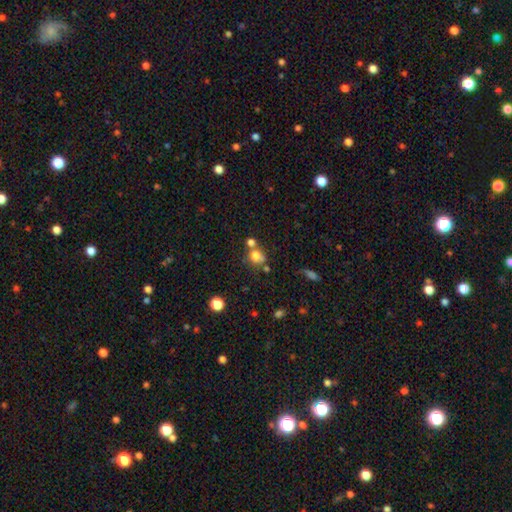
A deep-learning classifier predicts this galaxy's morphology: A smooth galaxy with no disk features (75%) that is round (82%).

Vote fractions:
- Smooth or featured? smooth: 75% / star or artifact: 14% / featured or disk: 11%
- How rounded? round: 82% / in between: 17% / cigar-shaped: 1%
- Merging? none: 51% / merger: 32% / minor disturbance: 11% / major disturbance: 5%